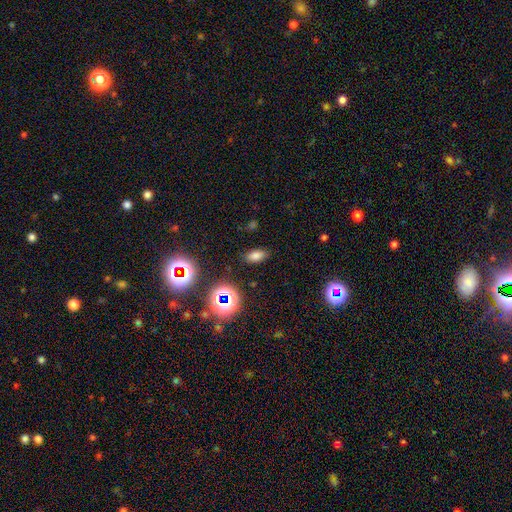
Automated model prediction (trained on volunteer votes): This appears to be a smooth galaxy with no disk features (71%) that is in between round and cigar-shaped (88%). Merging: none (85%).